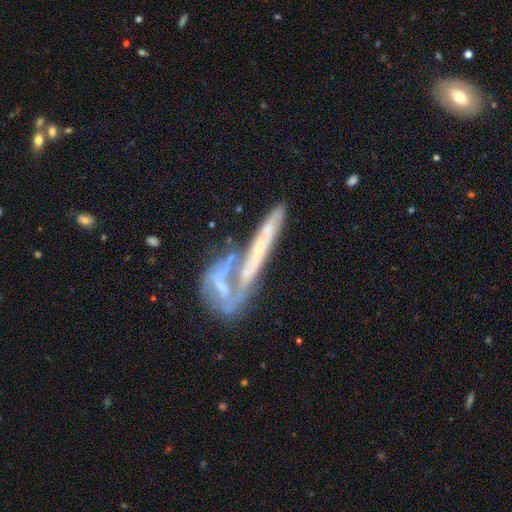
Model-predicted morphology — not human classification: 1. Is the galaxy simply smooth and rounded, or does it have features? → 65% featured or disk, 23% smooth, 12% star or artifact.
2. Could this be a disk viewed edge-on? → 57% yes, 43% no.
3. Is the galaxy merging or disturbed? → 58% merger, 24% none, 9% major disturbance, 9% minor disturbance.